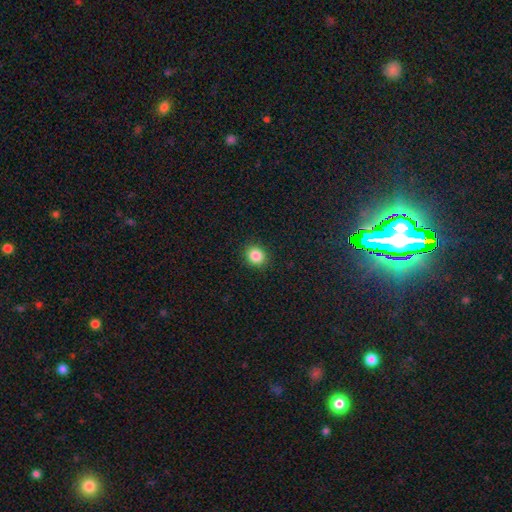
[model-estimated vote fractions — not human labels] smooth_or_featured: smooth (p=0.86) [alt: star or artifact p=0.10]
how_rounded: round (p=0.74) [alt: in between p=0.25]
merging: none (p=0.90) [alt: minor disturbance p=0.07]